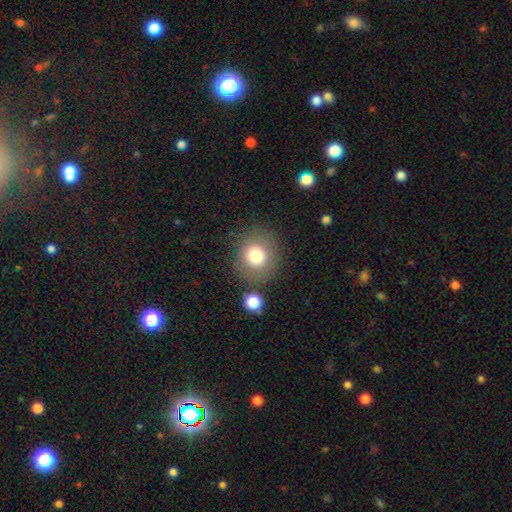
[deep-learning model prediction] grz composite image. It shows a smooth galaxy with no disk features (77%) that is round (84%). Merging: none (78%).